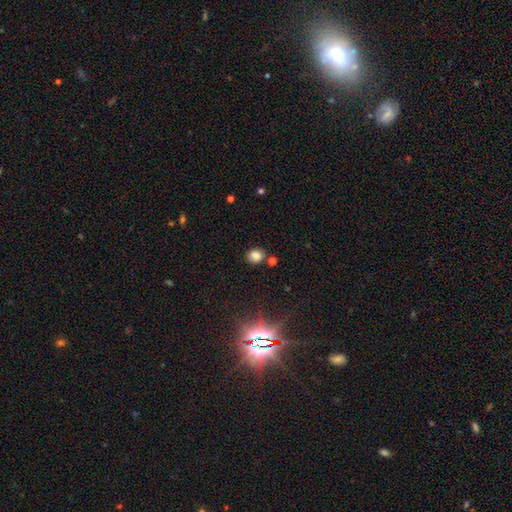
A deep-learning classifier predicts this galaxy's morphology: Smooth or featured?
  - smooth: 80% *
  - star or artifact: 15%
  - featured or disk: 6%
How rounded?
  - round: 60% *
  - in between: 38%
  - cigar-shaped: 1%
Merging?
  - none: 76% *
  - minor disturbance: 12%
  - merger: 8%
  - major disturbance: 3%